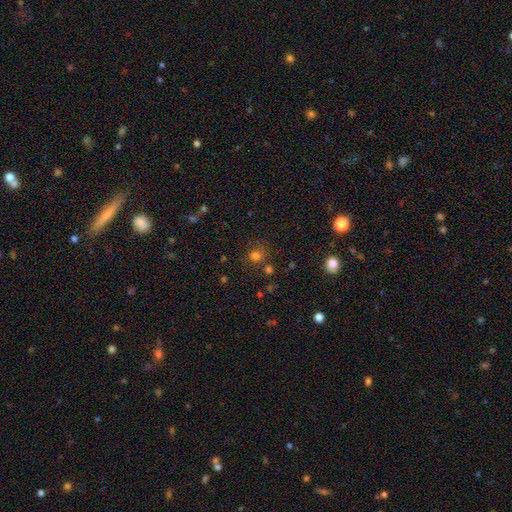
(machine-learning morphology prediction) This is likely a smooth galaxy (72%). How rounded: clearly round (80%). Merging: likely none (70%).